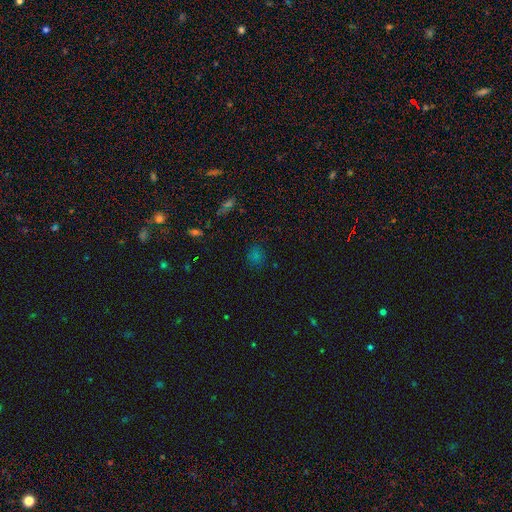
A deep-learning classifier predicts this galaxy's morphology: Smooth or featured? smooth (58%)
How rounded? round (66%)
Merging? none (82%)